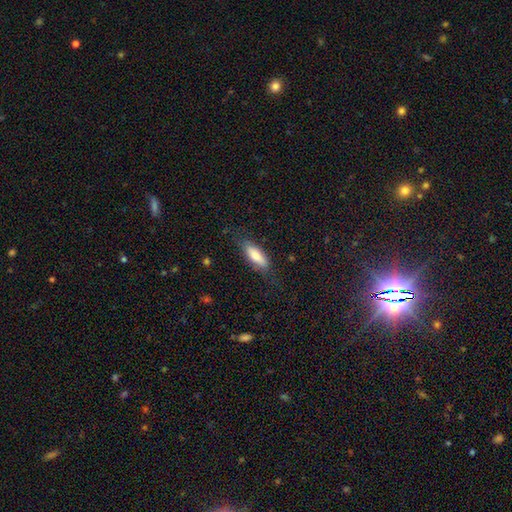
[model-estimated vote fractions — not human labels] smooth-or-featured: smooth: 79% | featured or disk: 15% | star or artifact: 6%
  how-rounded: in between: 65% | cigar-shaped: 33% | round: 2%
  merging: none: 75% | minor disturbance: 18% | major disturbance: 6% | merger: 1%